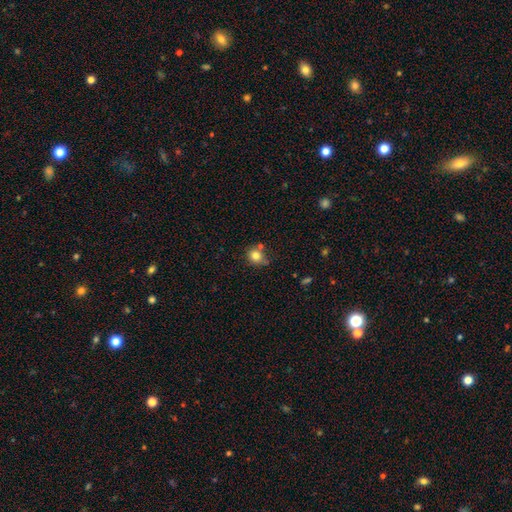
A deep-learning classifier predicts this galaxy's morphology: smooth_or_featured: smooth (p=0.80) [alt: star or artifact p=0.11]
how_rounded: round (p=0.78) [alt: in between p=0.21]
merging: none (p=0.62) [alt: minor disturbance p=0.19]